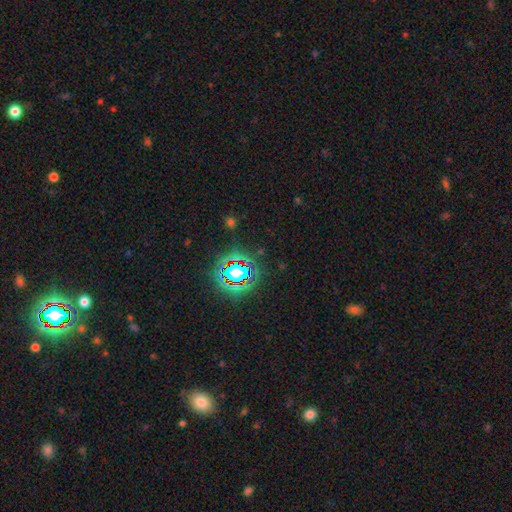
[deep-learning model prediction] This appears to be a star or artifact, not a galaxy (80%).